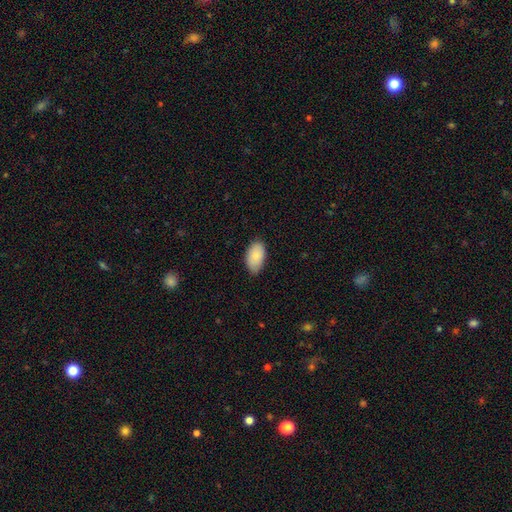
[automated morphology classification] Overall: smooth (84%). How rounded: in between (94%). Merging: none (78%).